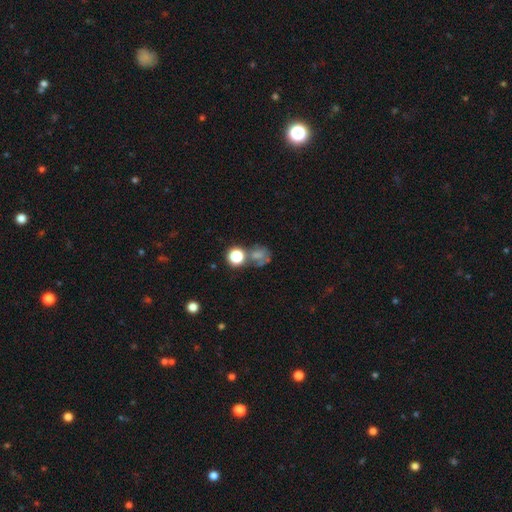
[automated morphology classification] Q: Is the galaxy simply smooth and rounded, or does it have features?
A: smooth — 44%.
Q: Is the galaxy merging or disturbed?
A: none — 49%.